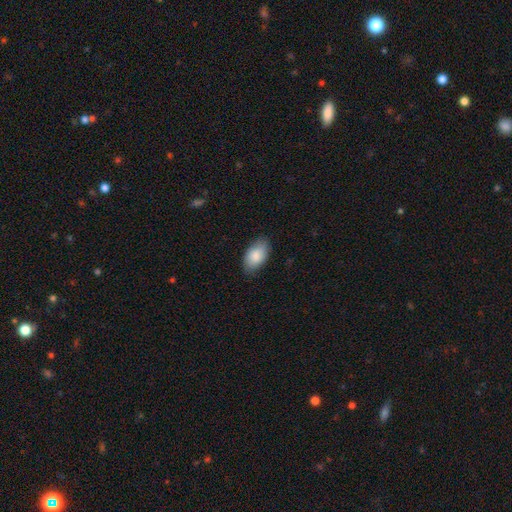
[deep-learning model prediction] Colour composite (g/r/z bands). It shows a smooth galaxy with no disk features (86%) that is in between round and cigar-shaped (94%). Merging: none (81%).